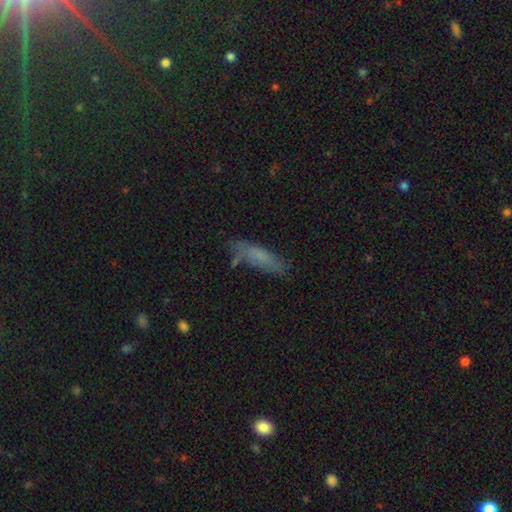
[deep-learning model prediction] This appears to be a smooth galaxy with no disk features (71%) that is cigar-shaped (64%). Merging: none (67%).